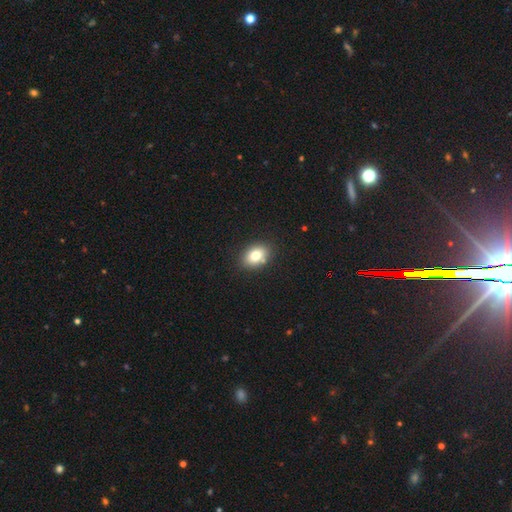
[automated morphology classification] smooth 78%, featured or disk 12%, star or artifact 10%. Down the decision tree: how rounded — in between (72%); merging — none (82%).